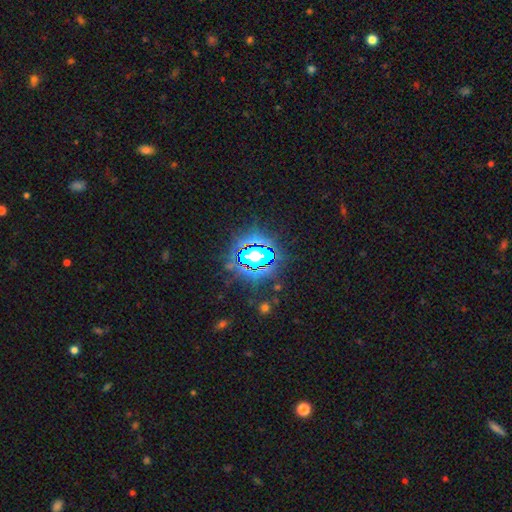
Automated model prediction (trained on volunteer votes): Morphology: type=star or artifact (81%).